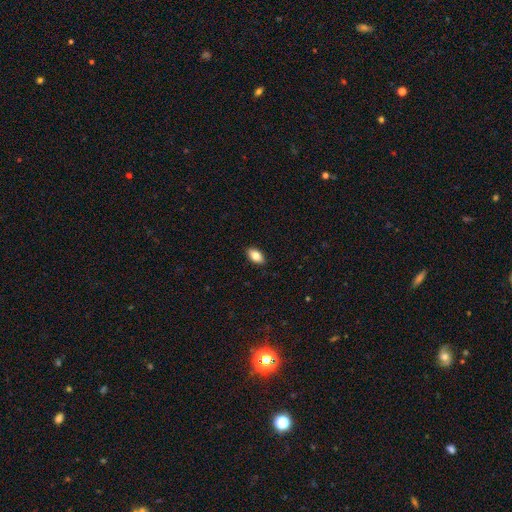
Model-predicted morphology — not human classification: A smooth galaxy with no disk features (84%) that is in between round and cigar-shaped (92%). Merging: none (90%).